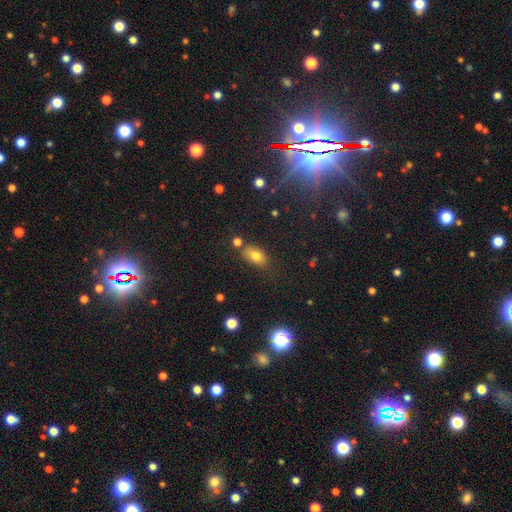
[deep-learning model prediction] Smooth or featured? Predicted: smooth (p=0.78). How rounded? Predicted: in between (p=0.84). Merging? Predicted: none (p=0.72).